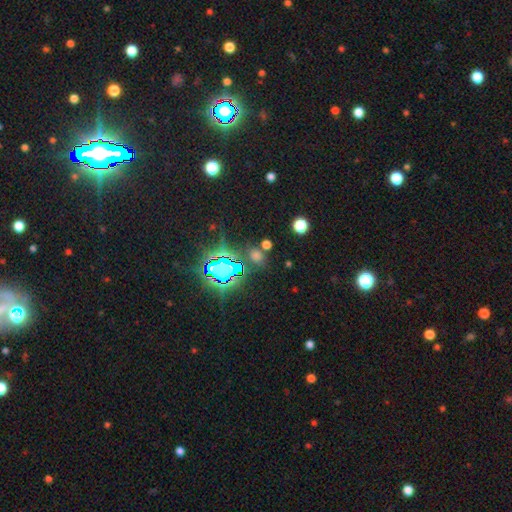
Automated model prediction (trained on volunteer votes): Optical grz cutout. It shows a star or artifact, not a galaxy (60%).